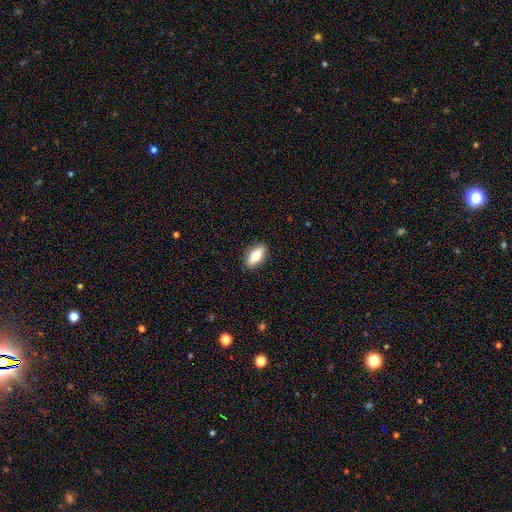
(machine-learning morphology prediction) A smooth galaxy with no disk features (74%) that is in between round and cigar-shaped (78%).

Vote fractions:
- Smooth or featured? smooth: 74% / featured or disk: 19% / star or artifact: 7%
- How rounded? in between: 78% / cigar-shaped: 19% / round: 3%
- Merging? none: 89% / minor disturbance: 8% / major disturbance: 2% / merger: 1%